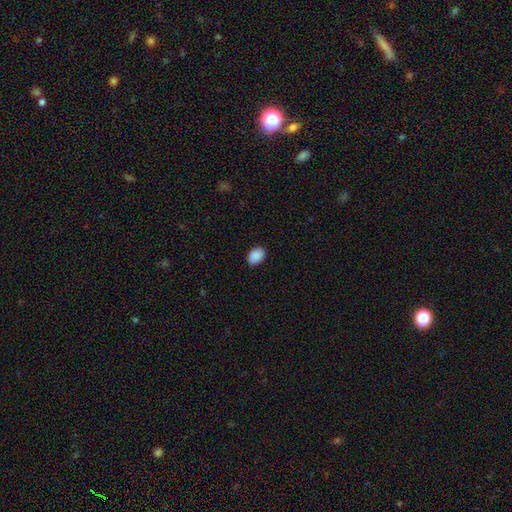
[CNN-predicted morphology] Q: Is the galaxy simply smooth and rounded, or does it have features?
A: smooth — 90%.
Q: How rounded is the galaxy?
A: in between — 83%.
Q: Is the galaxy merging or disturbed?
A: none — 88%.